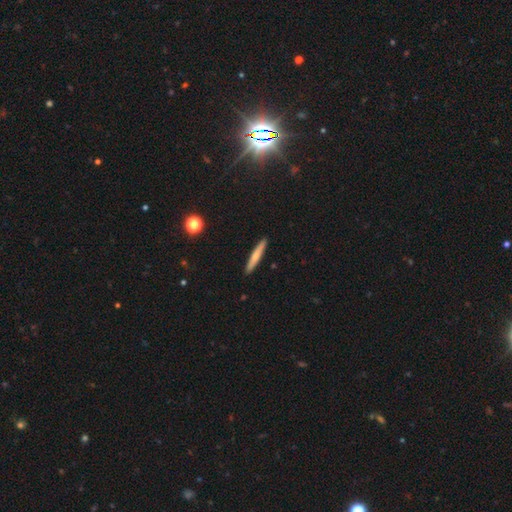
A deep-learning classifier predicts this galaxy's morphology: A smooth galaxy with no disk features (65%) that is cigar-shaped (95%).

Vote fractions:
- Smooth or featured? smooth: 65% / featured or disk: 29% / star or artifact: 6%
- How rounded? cigar-shaped: 95% / in between: 4% / round: 1%
- Merging? none: 91% / minor disturbance: 6% / major disturbance: 1% / merger: 1%